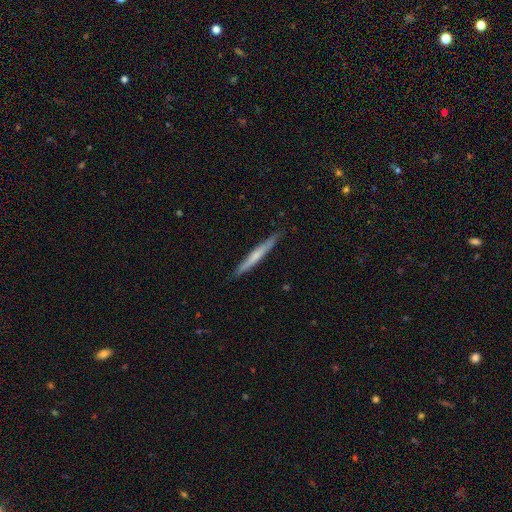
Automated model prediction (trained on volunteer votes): Overall: smooth (53%; featured or disk 42%). How rounded: cigar-shaped (97%). Merging: none (90%).